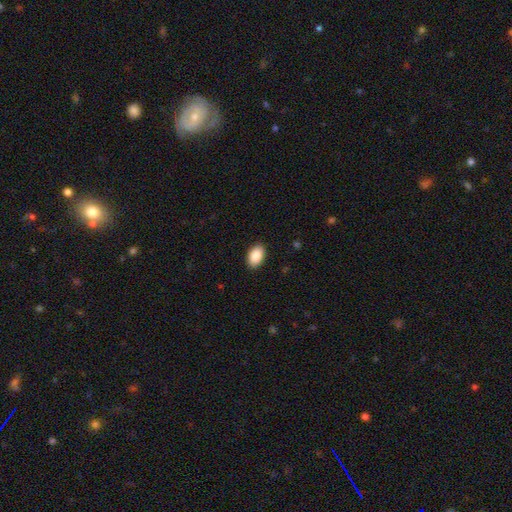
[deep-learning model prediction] Overall: smooth (90%). How rounded: in between (92%). Merging: none (89%).